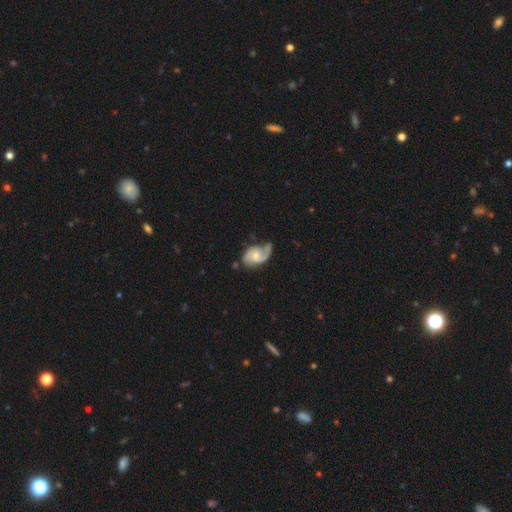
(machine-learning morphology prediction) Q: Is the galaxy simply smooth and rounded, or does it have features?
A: featured or disk — 78%.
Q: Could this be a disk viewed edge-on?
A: no — 97%.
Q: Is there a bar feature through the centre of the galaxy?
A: no — 63%.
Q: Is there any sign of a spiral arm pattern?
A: yes — 94%.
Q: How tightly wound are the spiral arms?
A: medium — 43%.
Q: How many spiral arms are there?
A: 2 — 59%.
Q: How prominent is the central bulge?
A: moderate — 47%.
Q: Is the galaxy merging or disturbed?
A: none — 45%.